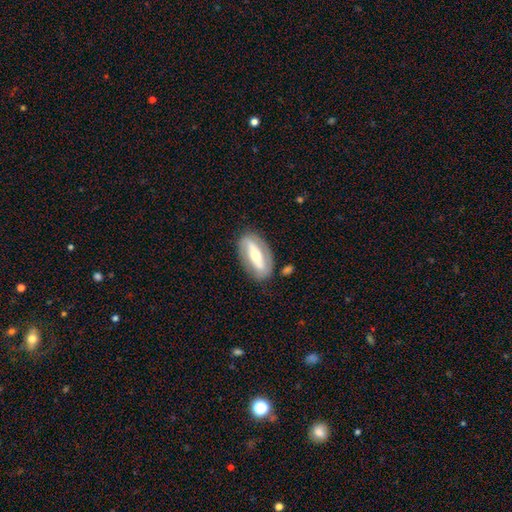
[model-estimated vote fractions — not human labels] Smooth or featured? featured or disk (67%)
Edge-on disk? no (81%)
Bar? strong (67%)
Spiral arms? yes (53%)
Bulge size? moderate (62%)
Merging? none (80%)